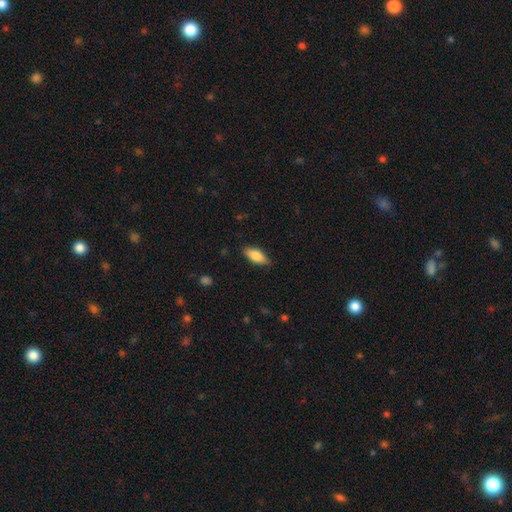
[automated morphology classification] Smooth or featured: smooth — 81% (featured or disk — 12%)
How rounded: in between — 80% (cigar-shaped — 18%)
Merging: none — 83% (minor disturbance — 13%)